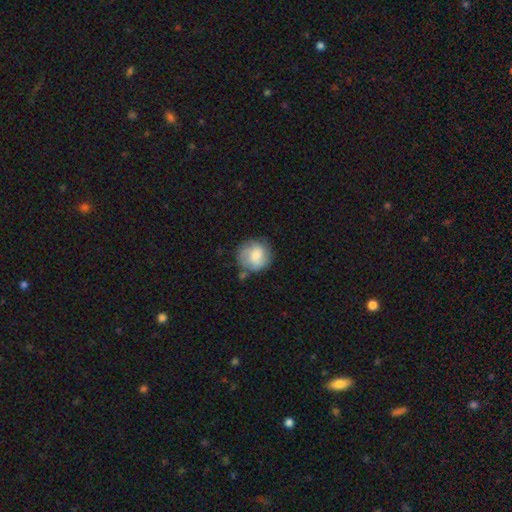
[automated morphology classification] This appears to be a smooth galaxy with no disk features (67%) that is round (86%). Merging: none (63%).